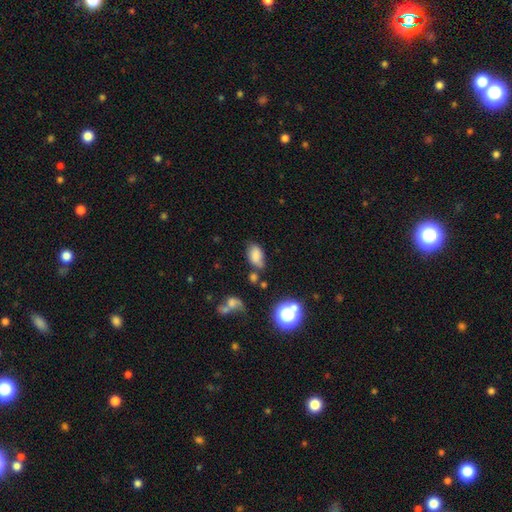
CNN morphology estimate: Smooth or featured? Predicted: smooth (p=0.77). How rounded? Predicted: in between (p=0.88). Merging? Predicted: none (p=0.57).